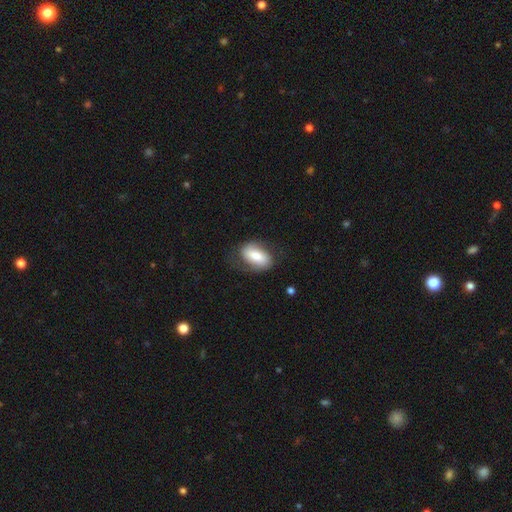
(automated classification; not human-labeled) The model was most divided on "smooth or featured": smooth: 62%, featured or disk: 32%, star or artifact: 6%. More confident: how rounded — in between (89%); merging — none (64%).